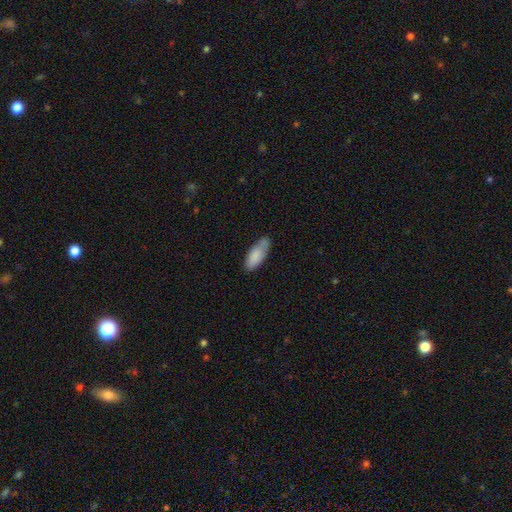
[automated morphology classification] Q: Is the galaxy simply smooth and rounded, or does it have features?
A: smooth — 84%.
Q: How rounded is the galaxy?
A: in between — 76%.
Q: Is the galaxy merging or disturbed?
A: none — 68%.